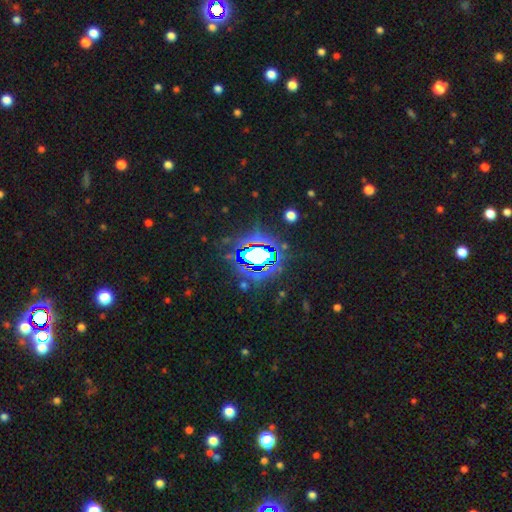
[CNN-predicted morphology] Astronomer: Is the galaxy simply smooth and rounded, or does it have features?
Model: star or artifact — 70%.